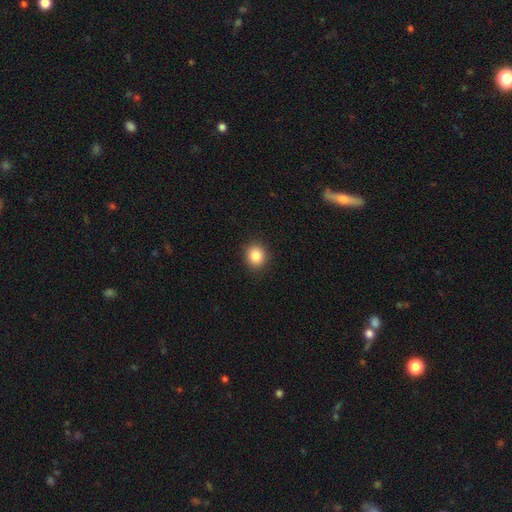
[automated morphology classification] This is clearly a smooth galaxy (85%). How rounded: likely round (78%). Merging: clearly none (91%).